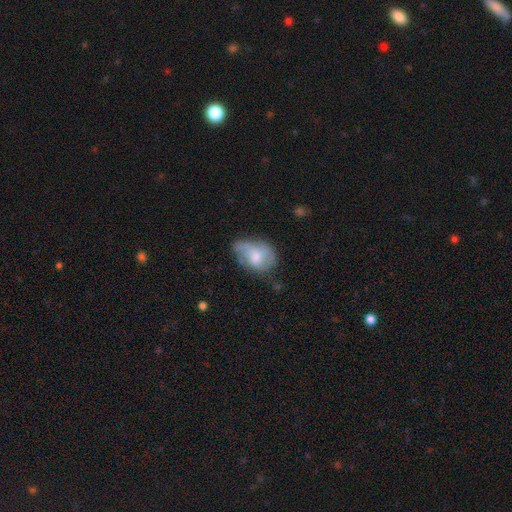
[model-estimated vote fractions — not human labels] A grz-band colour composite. It shows a smooth galaxy with no disk features (61%) that is in between round and cigar-shaped (81%). Merging: none (38%).